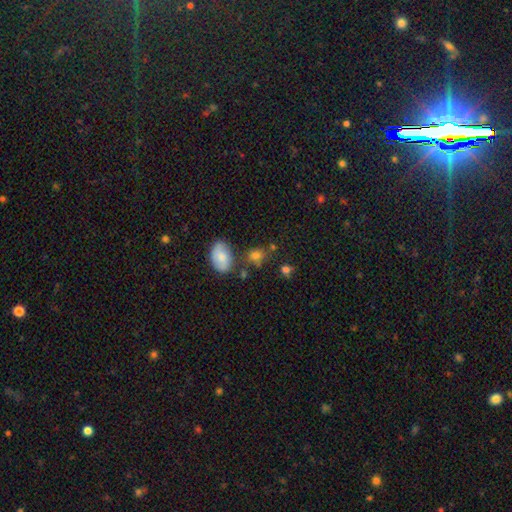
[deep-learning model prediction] A smooth galaxy with no disk features (76%) that is in between round and cigar-shaped (51%).

Vote fractions:
- Smooth or featured? smooth: 76% / star or artifact: 13% / featured or disk: 11%
- How rounded? in between: 51% / round: 46% / cigar-shaped: 2%
- Merging? none: 62% / minor disturbance: 17% / merger: 14% / major disturbance: 6%